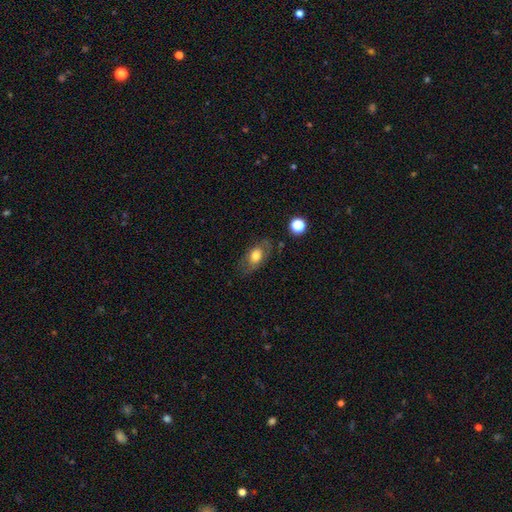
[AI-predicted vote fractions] Overall: smooth (65%; featured or disk 26%). How rounded: in between (83%). Merging: none (71%).